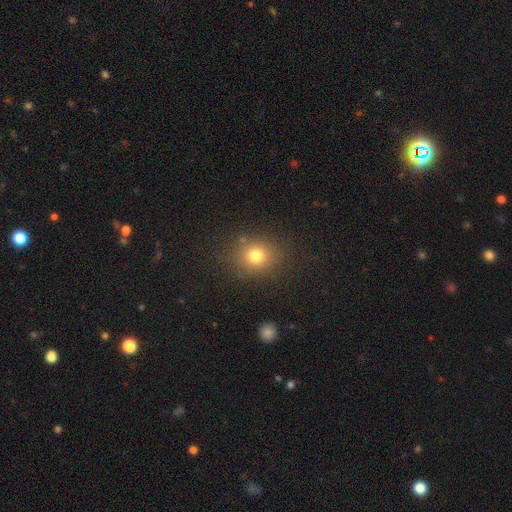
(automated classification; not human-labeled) The model was most divided on "how rounded": round: 73%, in between: 26%, cigar-shaped: 1%. More confident: merging — none (83%); smooth or featured — smooth (76%).